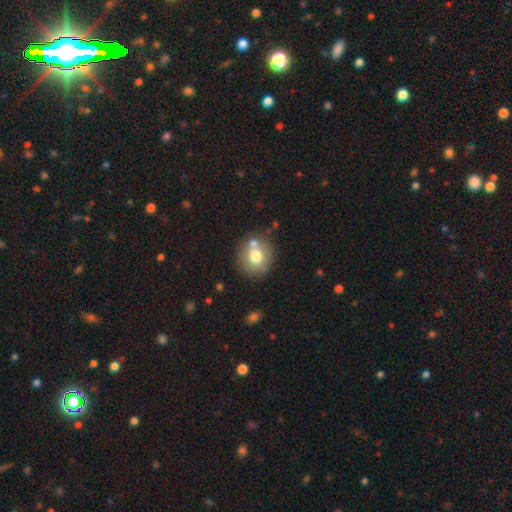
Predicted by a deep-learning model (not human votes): The model was most divided on "smooth or featured": smooth: 70%, featured or disk: 20%, star or artifact: 10%. More confident: how rounded — round (81%); merging — none (68%).